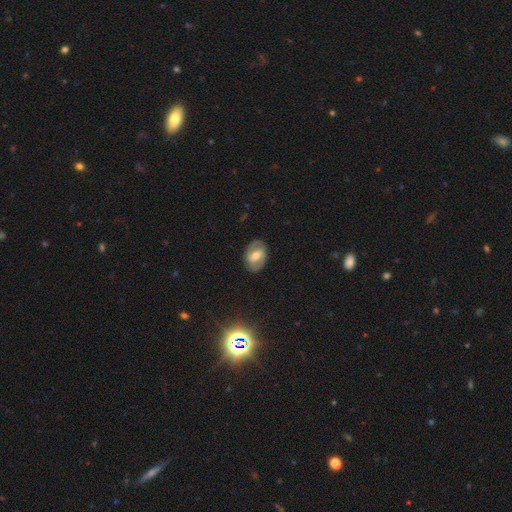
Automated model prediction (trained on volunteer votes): Smooth or featured?
  - featured or disk: 61% *
  - smooth: 32%
  - star or artifact: 7%
Edge-on disk?
  - no: 95% *
  - yes: 5%
Bar?
  - weak: 44% *
  - strong: 35%
  - no: 21%
Spiral arms?
  - yes: 71% *
  - no: 29%
Bulge size?
  - moderate: 62% *
  - small: 28%
  - large: 7%
  - none: 2%
  - dominant: 1%
Merging?
  - none: 83% *
  - minor disturbance: 12%
  - major disturbance: 4%
  - merger: 1%